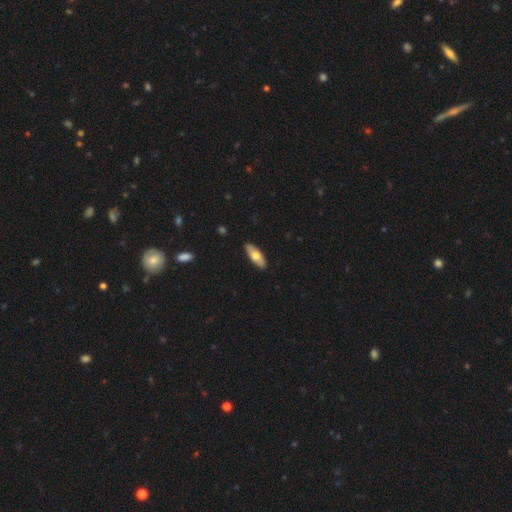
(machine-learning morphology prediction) A smooth galaxy with no disk features (60%) that is in between round and cigar-shaped (73%).

Vote fractions:
- Smooth or featured? smooth: 60% / featured or disk: 35% / star or artifact: 5%
- How rounded? in between: 73% / cigar-shaped: 24% / round: 2%
- Merging? none: 88% / minor disturbance: 9% / major disturbance: 2% / merger: 1%